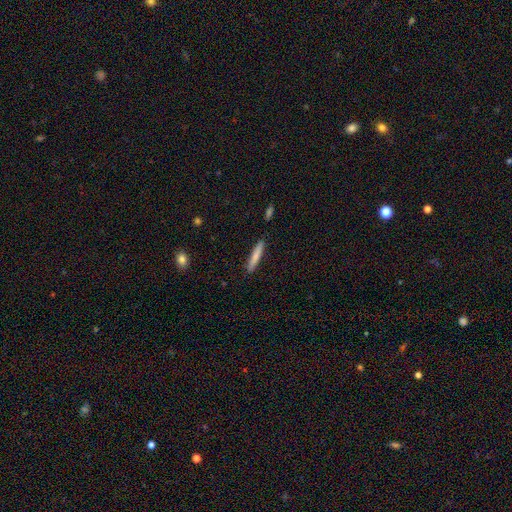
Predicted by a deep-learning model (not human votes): Smooth or featured: smooth — 78% (featured or disk — 16%)
How rounded: cigar-shaped — 93% (in between — 6%)
Merging: none — 89% (minor disturbance — 8%)